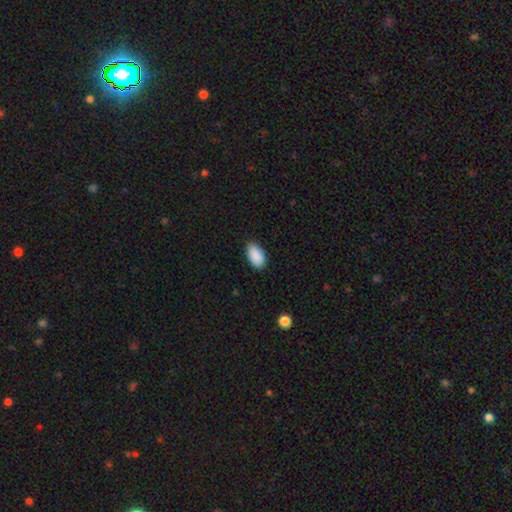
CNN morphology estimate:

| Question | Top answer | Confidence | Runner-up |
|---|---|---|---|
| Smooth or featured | smooth | 90% | star or artifact (7%) |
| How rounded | in between | 95% | round (4%) |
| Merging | none | 84% | minor disturbance (13%) |